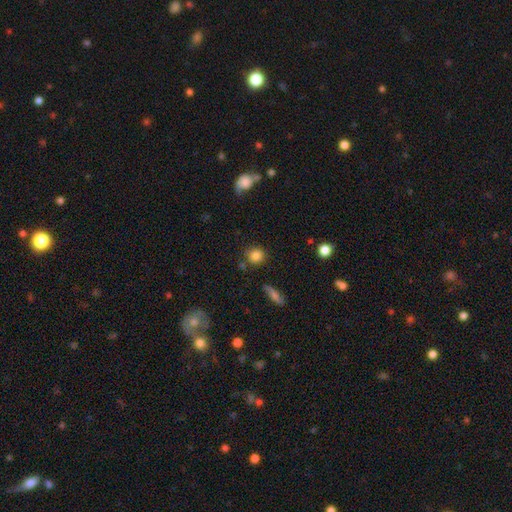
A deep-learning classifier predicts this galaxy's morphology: A smooth galaxy with no disk features (83%) that is round (86%).

Vote fractions:
- Smooth or featured? smooth: 83% / star or artifact: 10% / featured or disk: 6%
- How rounded? round: 86% / in between: 13% / cigar-shaped: 1%
- Merging? none: 80% / minor disturbance: 12% / merger: 5% / major disturbance: 3%